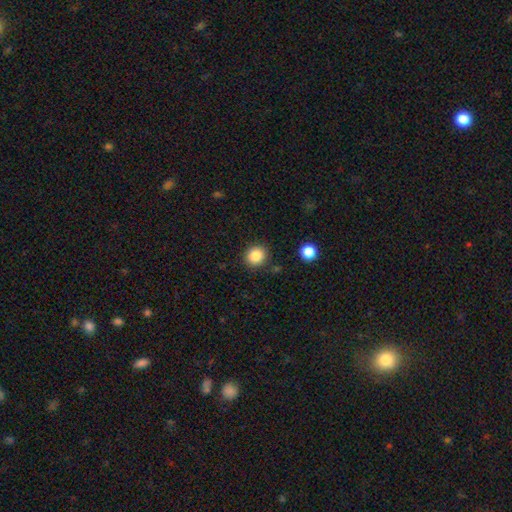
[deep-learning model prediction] A smooth galaxy with no disk features (86%) that is round (83%).

Vote fractions:
- Smooth or featured? smooth: 86% / star or artifact: 10% / featured or disk: 4%
- How rounded? round: 83% / in between: 16% / cigar-shaped: 1%
- Merging? none: 88% / minor disturbance: 7% / major disturbance: 3% / merger: 3%